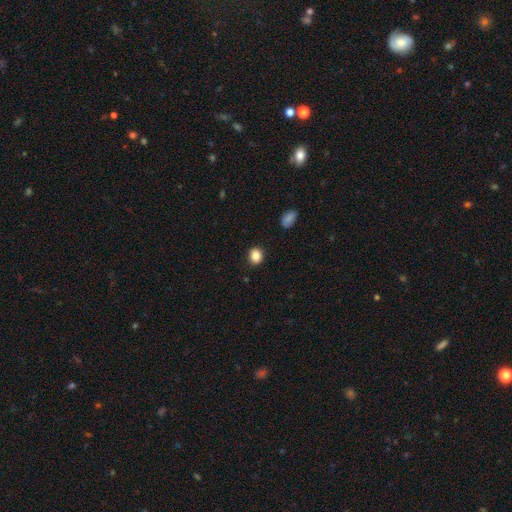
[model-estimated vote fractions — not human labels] smooth 86%, star or artifact 10%, featured or disk 4%. Down the decision tree: how rounded — round (70%); merging — none (89%).